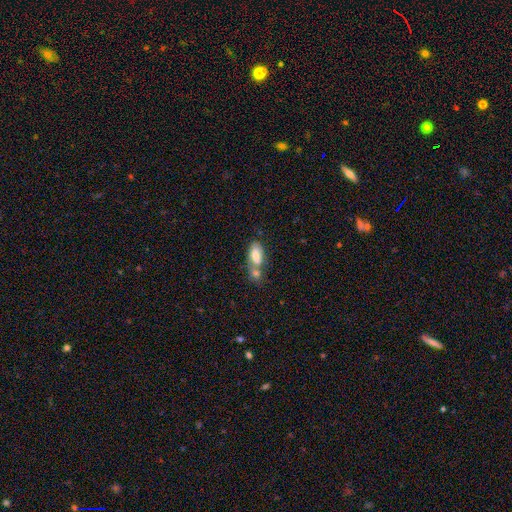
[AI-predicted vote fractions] Smooth or featured? Predicted: smooth (p=0.75). How rounded? Predicted: in between (p=0.87). Merging? Predicted: merger (p=0.55).